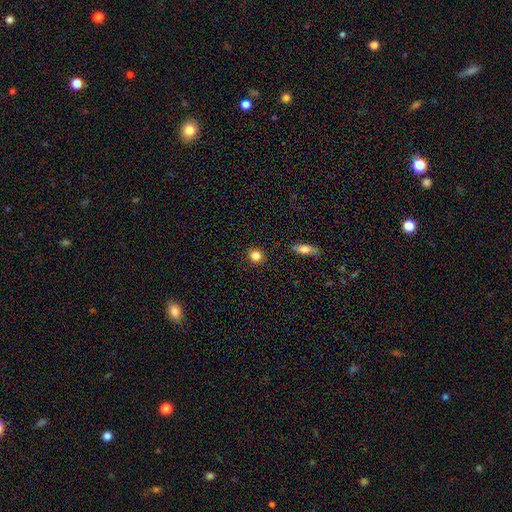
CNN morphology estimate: smooth_or_featured: smooth (p=0.83) [alt: star or artifact p=0.11]
how_rounded: round (p=0.88) [alt: in between p=0.10]
merging: none (p=0.90) [alt: minor disturbance p=0.06]